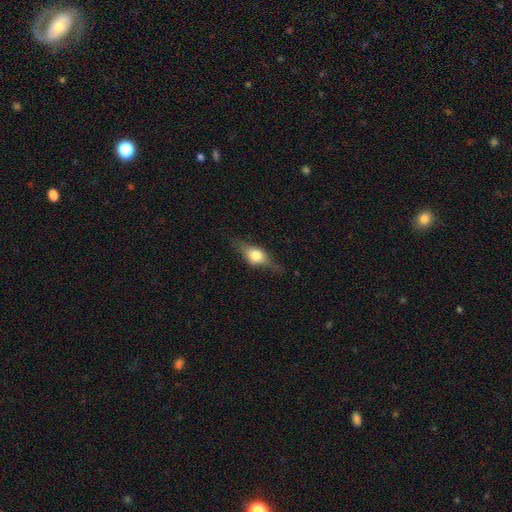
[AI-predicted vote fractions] smooth-or-featured: featured or disk: 51% | smooth: 41% | star or artifact: 8%
  disk-edge-on: yes: 91% | no: 9%
  merging: none: 75% | minor disturbance: 18% | major disturbance: 6% | merger: 1%